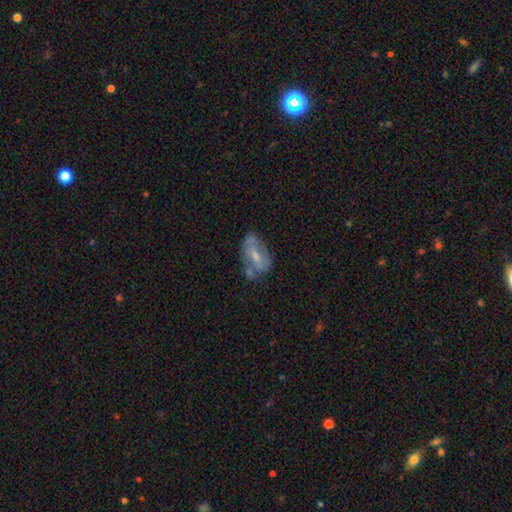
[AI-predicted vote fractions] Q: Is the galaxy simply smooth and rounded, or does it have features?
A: featured or disk — 50%.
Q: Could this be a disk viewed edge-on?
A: no — 92%.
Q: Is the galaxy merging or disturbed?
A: none — 43%.